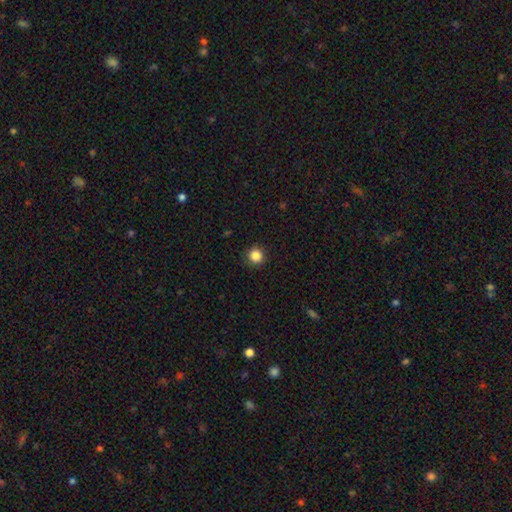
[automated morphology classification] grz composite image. It shows a smooth galaxy with no disk features (85%) that is round (94%). Merging: none (90%).